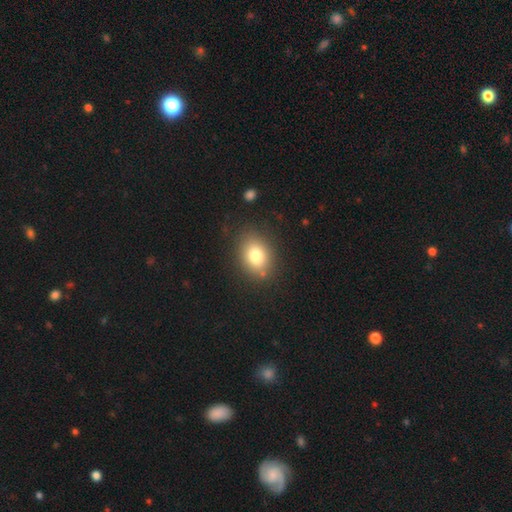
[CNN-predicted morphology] This is likely a smooth galaxy (78%). How rounded: likely in between (62%). Merging: clearly none (82%).